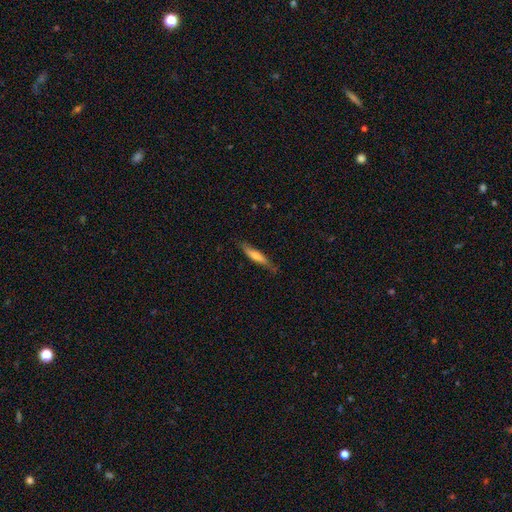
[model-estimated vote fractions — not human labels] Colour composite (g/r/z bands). It shows a smooth galaxy with no disk features (52%) that is cigar-shaped (89%). Merging: none (78%).